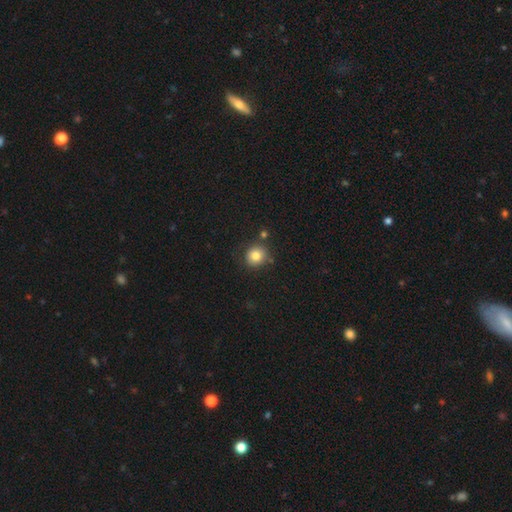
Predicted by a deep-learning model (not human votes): Smooth or featured: smooth — 81% (star or artifact — 11%)
How rounded: round — 85% (in between — 14%)
Merging: none — 78% (minor disturbance — 12%)